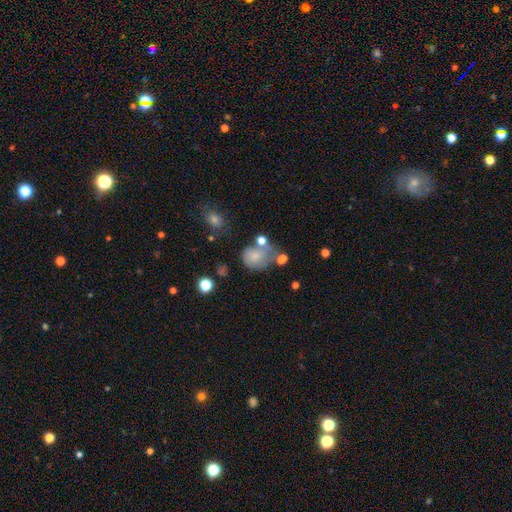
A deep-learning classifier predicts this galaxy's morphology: Smooth or featured: smooth — 70% (featured or disk — 18%)
How rounded: round — 61% (in between — 38%)
Merging: none — 38% (minor disturbance — 25%)